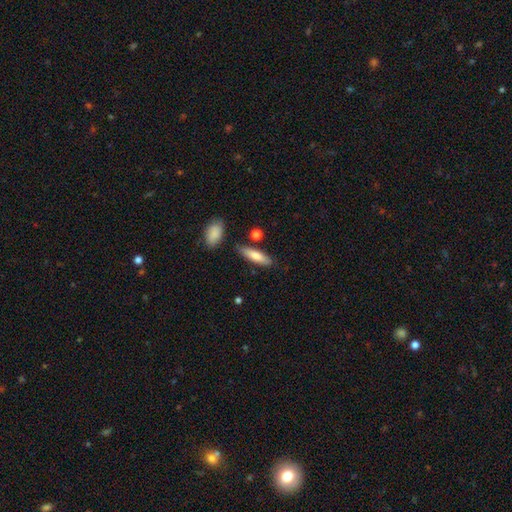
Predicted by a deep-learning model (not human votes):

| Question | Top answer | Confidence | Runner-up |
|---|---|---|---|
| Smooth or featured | smooth | 78% | featured or disk (16%) |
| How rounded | cigar-shaped | 60% | in between (37%) |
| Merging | none | 78% | minor disturbance (13%) |